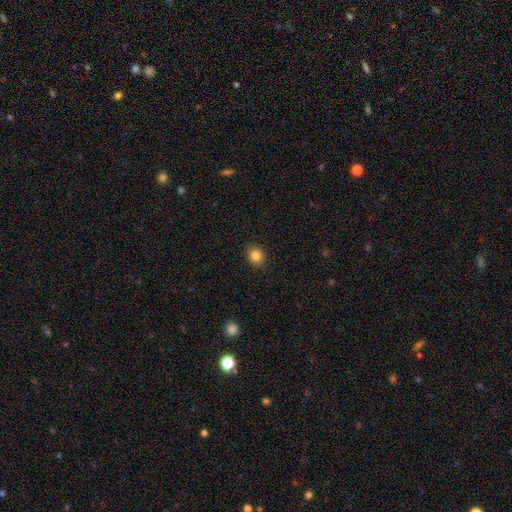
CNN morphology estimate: The model was most divided on "how rounded": round: 68%, in between: 31%, cigar-shaped: 1%. More confident: merging — none (89%); smooth or featured — smooth (84%).